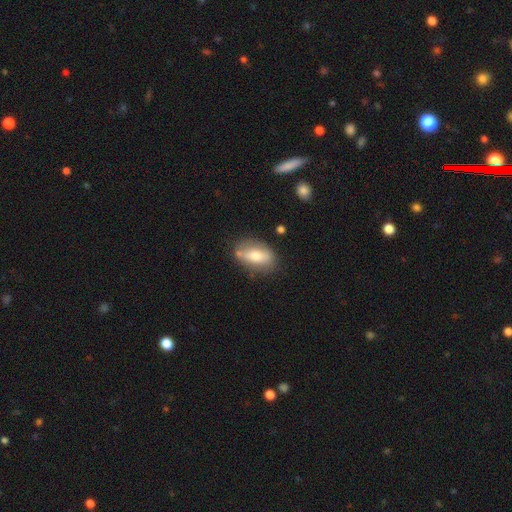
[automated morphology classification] type=smooth (58%); roundness=in between (85%); merging=none (73%).